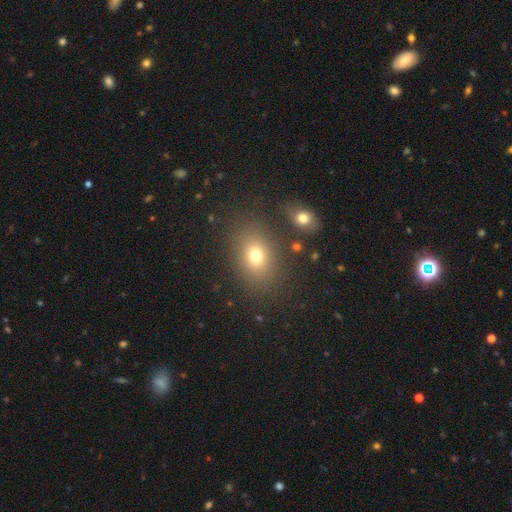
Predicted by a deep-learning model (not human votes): The model was most divided on "how rounded": in between: 61%, round: 37%, cigar-shaped: 1%. More confident: merging — none (79%); smooth or featured — smooth (73%).